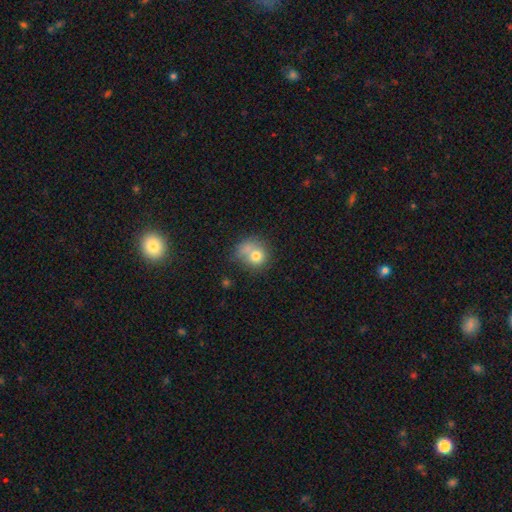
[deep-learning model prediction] This is likely a smooth galaxy (74%). How rounded: likely round (78%). Merging: marginally none (40%).